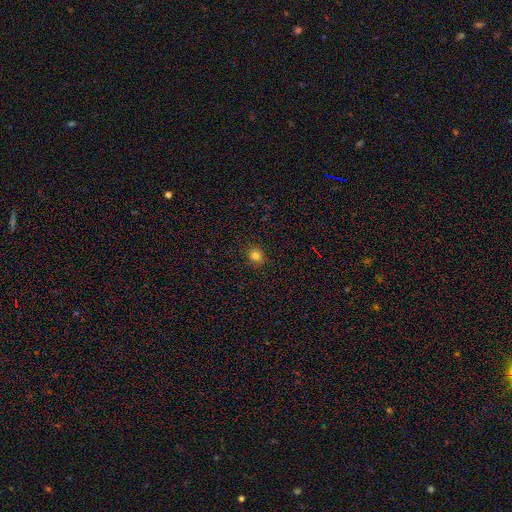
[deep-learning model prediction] Smooth or featured? smooth (80%)
How rounded? round (82%)
Merging? none (91%)